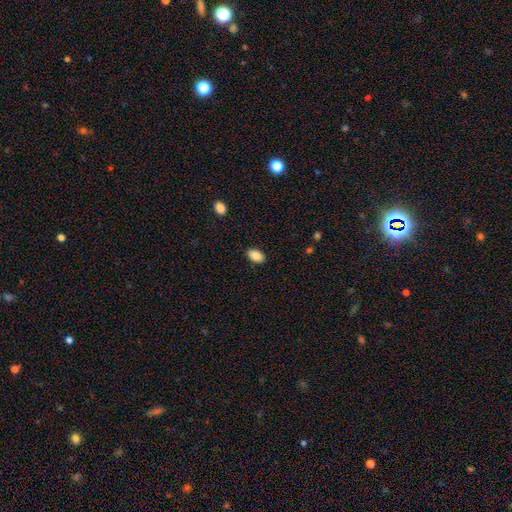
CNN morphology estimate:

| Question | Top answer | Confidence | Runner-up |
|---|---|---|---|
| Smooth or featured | smooth | 88% | star or artifact (8%) |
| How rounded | in between | 93% | round (5%) |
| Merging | none | 88% | minor disturbance (9%) |